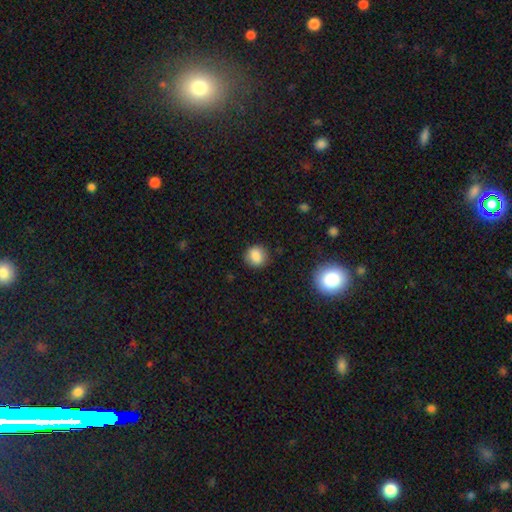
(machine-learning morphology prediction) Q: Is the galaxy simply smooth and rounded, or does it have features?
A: smooth — 85%.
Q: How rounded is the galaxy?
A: round — 86%.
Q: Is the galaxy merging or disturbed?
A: none — 87%.